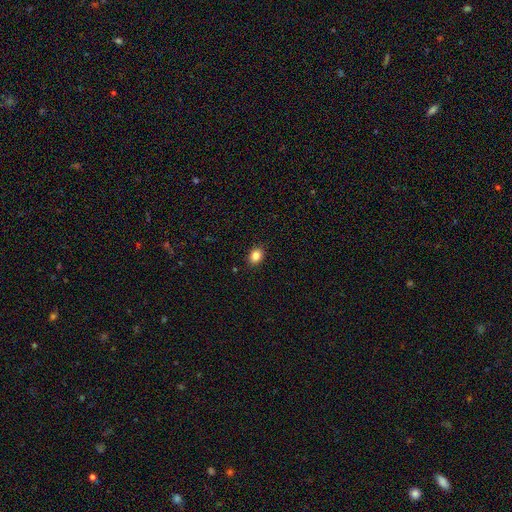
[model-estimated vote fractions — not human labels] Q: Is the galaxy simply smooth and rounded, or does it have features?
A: smooth — 85%.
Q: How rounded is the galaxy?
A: in between — 58%.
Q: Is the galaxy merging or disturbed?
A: none — 90%.